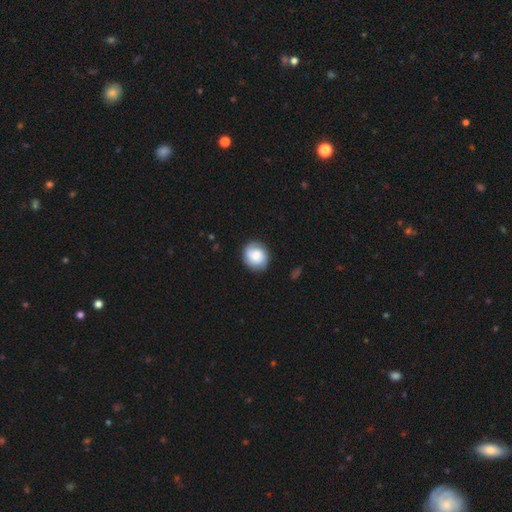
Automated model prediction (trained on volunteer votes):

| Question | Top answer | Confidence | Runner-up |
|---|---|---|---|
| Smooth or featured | smooth | 63% | featured or disk (29%) |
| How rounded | round | 77% | in between (22%) |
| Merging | none | 83% | minor disturbance (13%) |